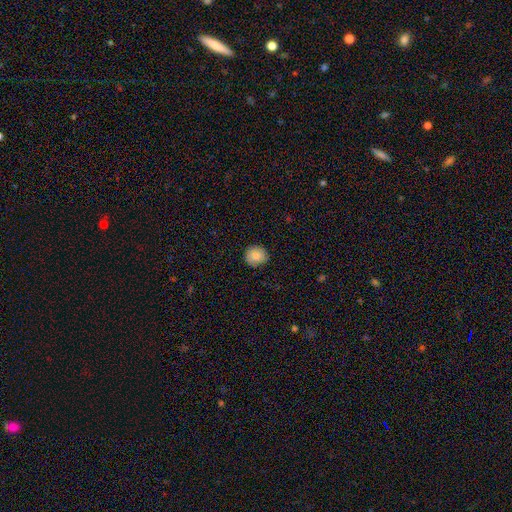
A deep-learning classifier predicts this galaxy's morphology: Overall: smooth (84%). How rounded: round (86%). Merging: none (85%).